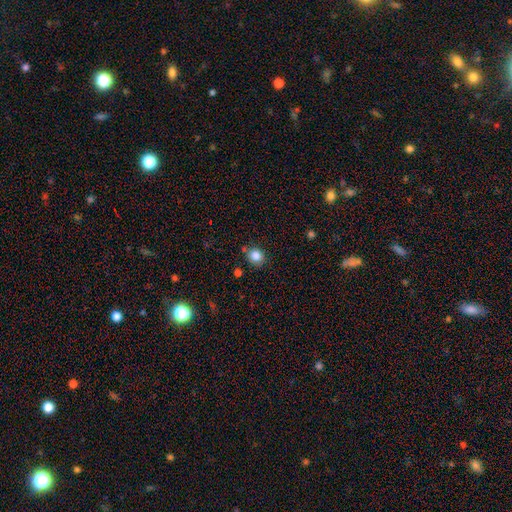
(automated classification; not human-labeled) Smooth or featured? Predicted: smooth (p=0.84). How rounded? Predicted: round (p=0.73). Merging? Predicted: none (p=0.77).